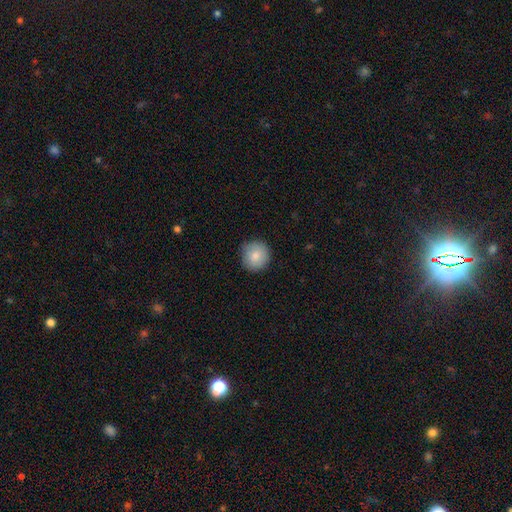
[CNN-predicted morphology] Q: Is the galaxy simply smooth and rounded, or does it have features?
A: smooth — 84%.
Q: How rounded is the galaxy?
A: round — 93%.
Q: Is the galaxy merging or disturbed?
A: none — 85%.